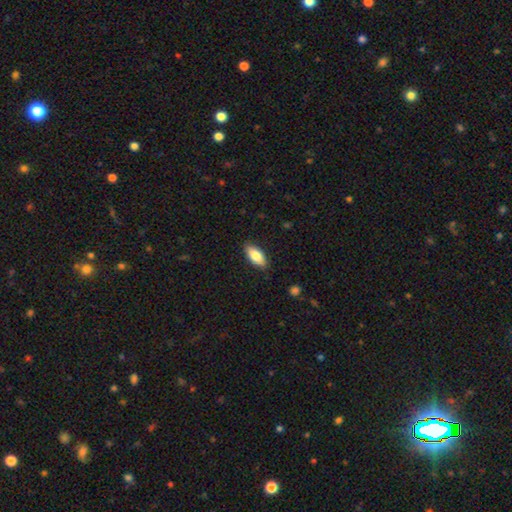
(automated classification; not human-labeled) A smooth galaxy with no disk features (81%) that is in between round and cigar-shaped (87%).

Vote fractions:
- Smooth or featured? smooth: 81% / featured or disk: 13% / star or artifact: 6%
- How rounded? in between: 87% / cigar-shaped: 11% / round: 2%
- Merging? none: 87% / minor disturbance: 10% / major disturbance: 2% / merger: 1%